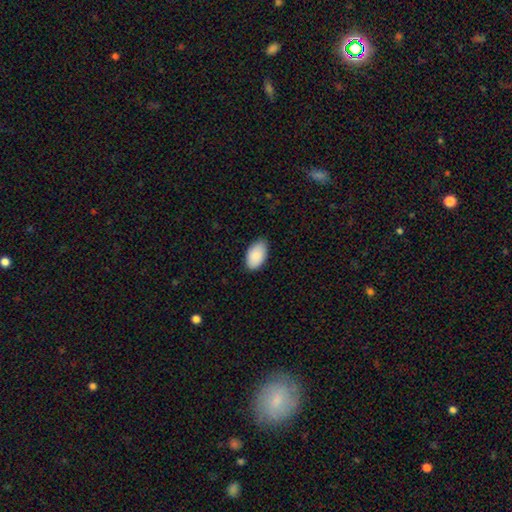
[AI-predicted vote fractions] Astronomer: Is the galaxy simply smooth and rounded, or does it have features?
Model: smooth — 90%.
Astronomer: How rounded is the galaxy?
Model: in between — 95%.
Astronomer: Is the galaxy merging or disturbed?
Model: none — 83%.